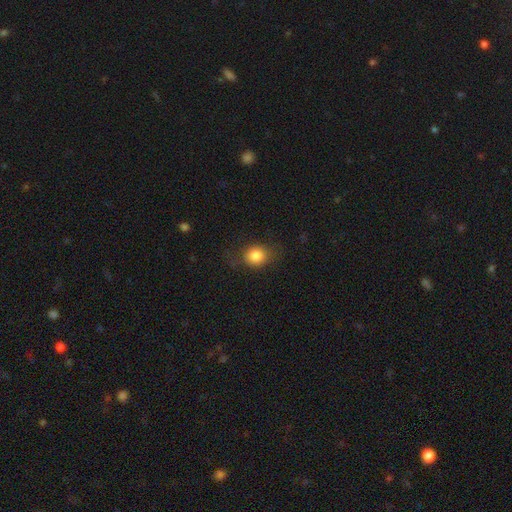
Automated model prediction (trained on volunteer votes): smooth-or-featured: smooth: 84% | star or artifact: 9% | featured or disk: 7%
  how-rounded: round: 67% | in between: 32% | cigar-shaped: 1%
  merging: none: 77% | minor disturbance: 16% | major disturbance: 6% | merger: 1%